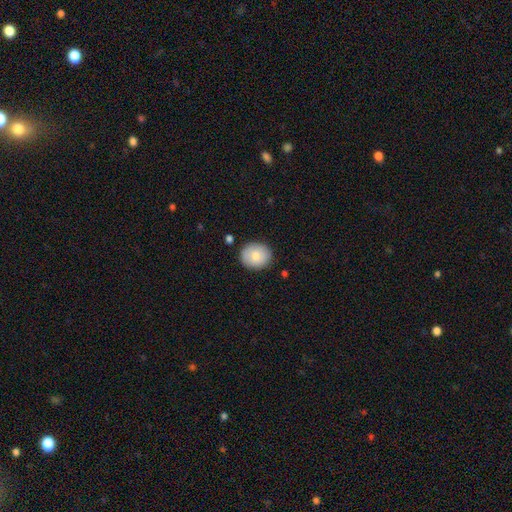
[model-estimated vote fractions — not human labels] Smooth or featured: smooth — 78% (featured or disk — 15%)
How rounded: round — 67% (in between — 32%)
Merging: none — 86% (minor disturbance — 10%)